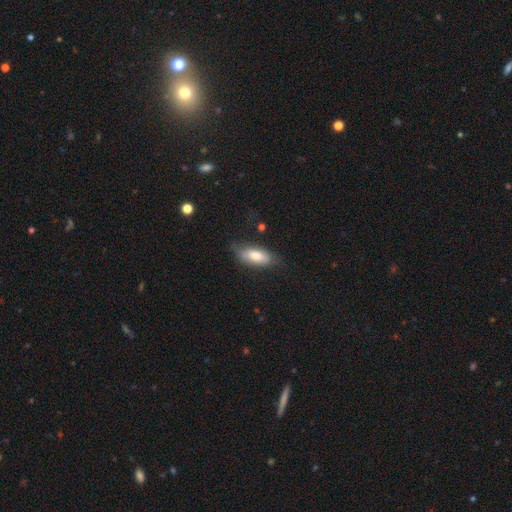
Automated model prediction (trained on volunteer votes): smooth_or_featured: smooth (p=0.70) [alt: featured or disk p=0.23]
how_rounded: in between (p=0.80) [alt: cigar-shaped p=0.17]
merging: none (p=0.65) [alt: minor disturbance p=0.25]